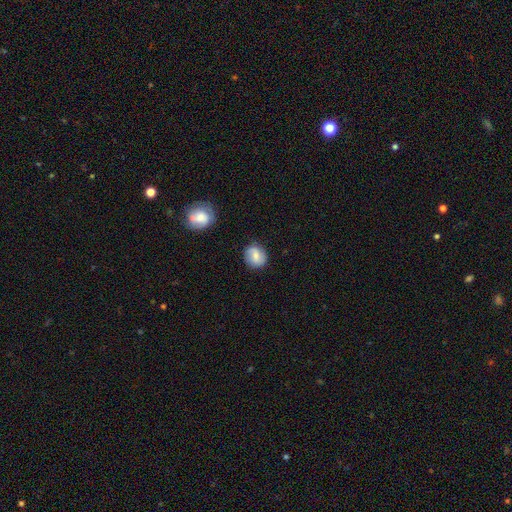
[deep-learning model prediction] Smooth or featured? Predicted: smooth (p=0.63). How rounded? Predicted: round (p=0.77). Merging? Predicted: none (p=0.82).